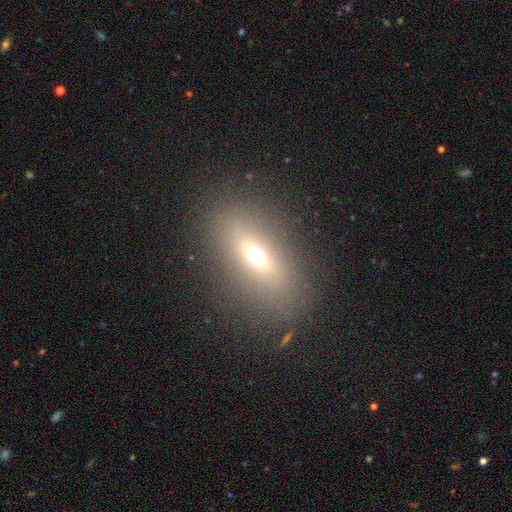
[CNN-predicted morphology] Smooth or featured? Predicted: smooth (p=0.53). How rounded? Predicted: in between (p=0.71). Merging? Predicted: none (p=0.79).